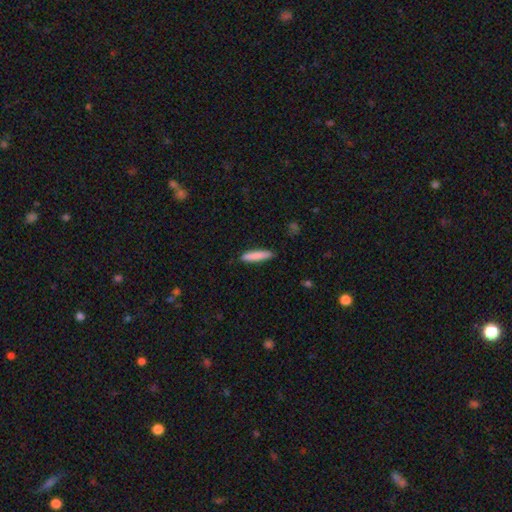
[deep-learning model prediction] The model was most divided on "smooth or featured": smooth: 85%, featured or disk: 10%, star or artifact: 6%. More confident: merging — none (88%); how rounded — cigar-shaped (87%).